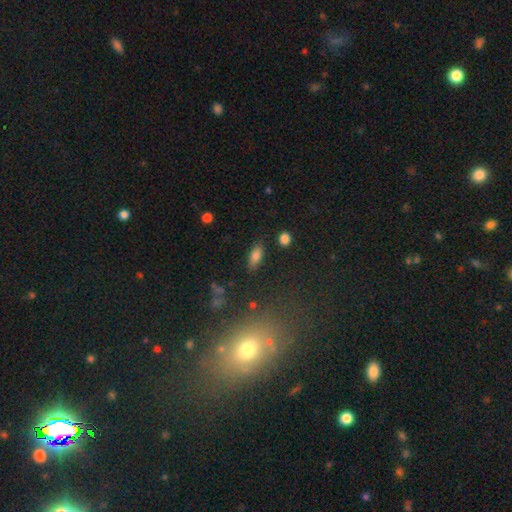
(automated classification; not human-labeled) smooth_or_featured: smooth (p=0.80) [alt: featured or disk p=0.12]
how_rounded: in between (p=0.82) [alt: cigar-shaped p=0.15]
merging: none (p=0.83) [alt: minor disturbance p=0.11]